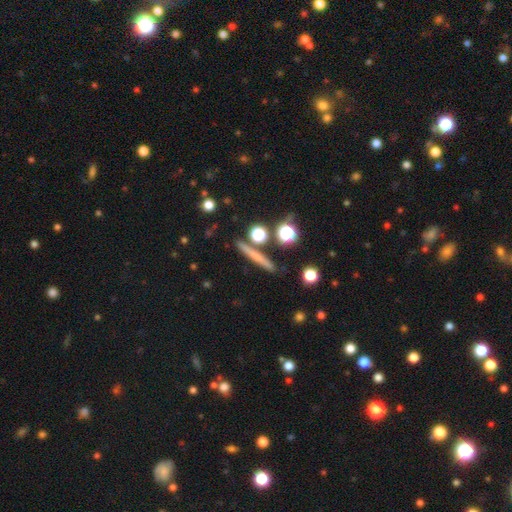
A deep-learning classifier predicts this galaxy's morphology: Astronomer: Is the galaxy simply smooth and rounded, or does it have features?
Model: smooth — 57% (runner-up: featured or disk, 33%).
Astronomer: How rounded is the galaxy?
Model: cigar-shaped — 84%.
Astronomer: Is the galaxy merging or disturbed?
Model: none — 84%.